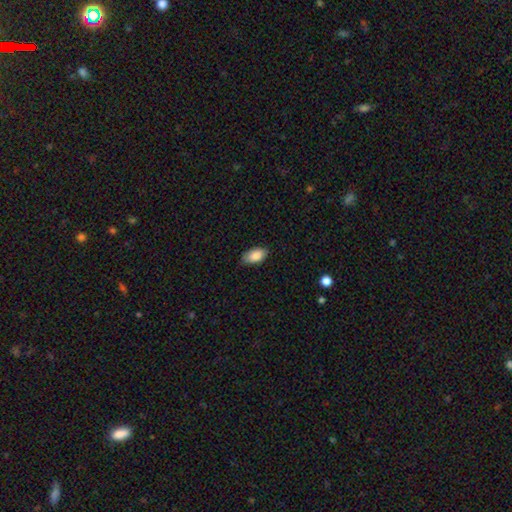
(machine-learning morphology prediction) Smooth or featured? smooth (87%)
How rounded? in between (93%)
Merging? none (79%)